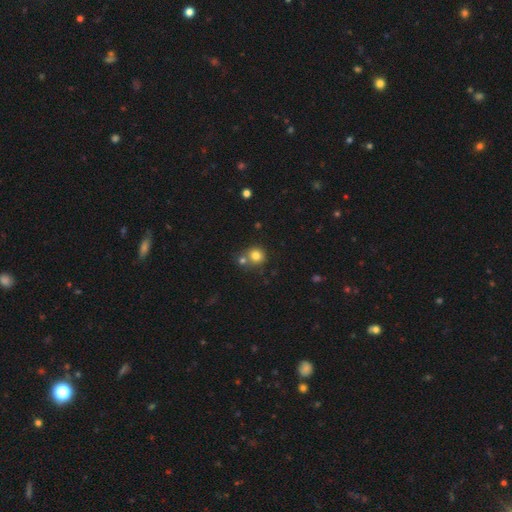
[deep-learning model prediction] Smooth or featured? smooth (79%)
How rounded? round (88%)
Merging? none (60%)